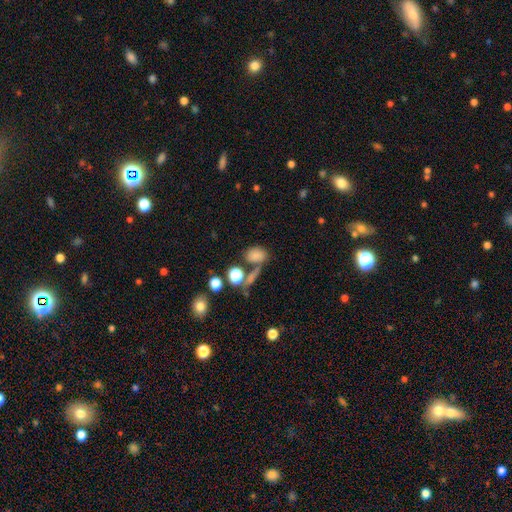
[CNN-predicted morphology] Overall: smooth (77%). How rounded: in between (75%). Merging: none (48%; merger 28%).